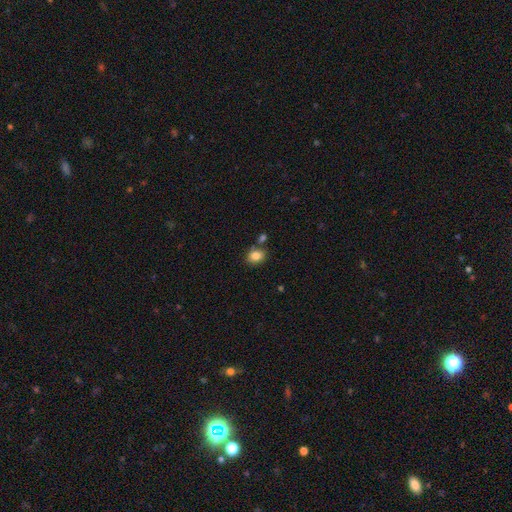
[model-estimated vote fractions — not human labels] This appears to be a smooth galaxy with no disk features (84%) that is in between round and cigar-shaped (59%). Merging: none (71%).